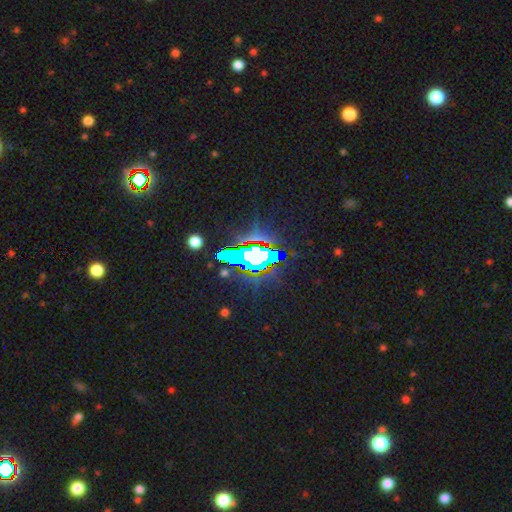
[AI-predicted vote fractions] Overall: star or artifact (60%; featured or disk 20%).